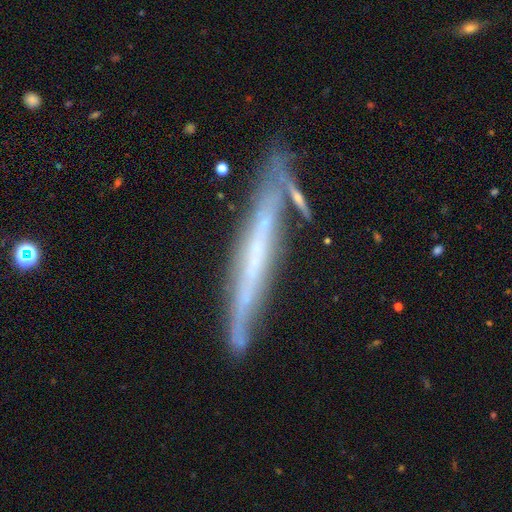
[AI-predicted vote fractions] Smooth or featured? Predicted: featured or disk (p=0.69). Edge-on disk? Predicted: yes (p=0.86). Edge-on bulge? Predicted: none (p=0.82). Merging? Predicted: none (p=0.75).